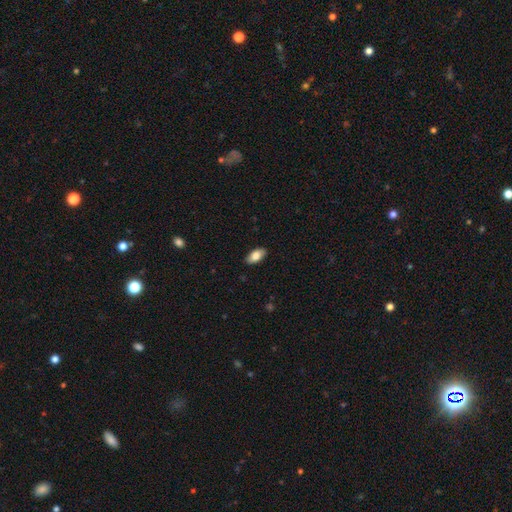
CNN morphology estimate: Q: Smooth or featured?
A: smooth (82%); runner-up: featured or disk (12%)
Q: How rounded?
A: in between (92%); runner-up: cigar-shaped (5%)
Q: Merging?
A: none (87%); runner-up: minor disturbance (10%)